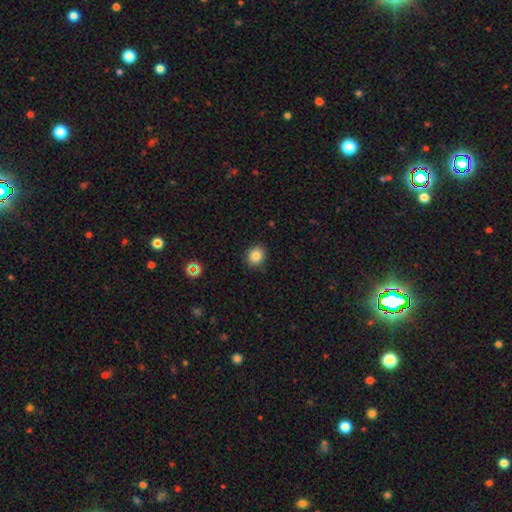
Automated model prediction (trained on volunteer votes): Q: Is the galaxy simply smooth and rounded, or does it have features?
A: smooth — 84%.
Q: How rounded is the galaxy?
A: round — 72%.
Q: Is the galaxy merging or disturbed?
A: none — 88%.